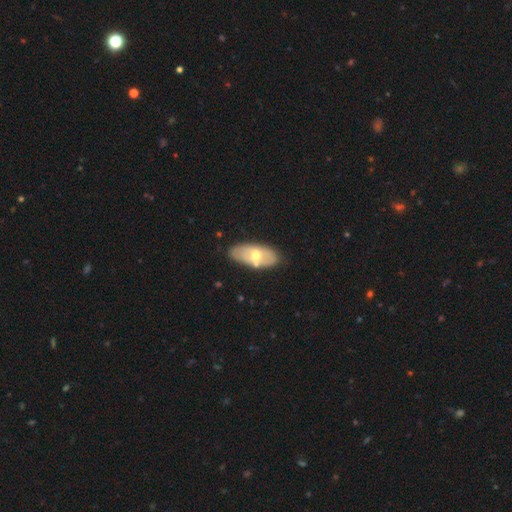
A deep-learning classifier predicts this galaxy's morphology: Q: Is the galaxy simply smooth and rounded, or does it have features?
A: smooth — 48%.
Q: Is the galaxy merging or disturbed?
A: none — 74%.